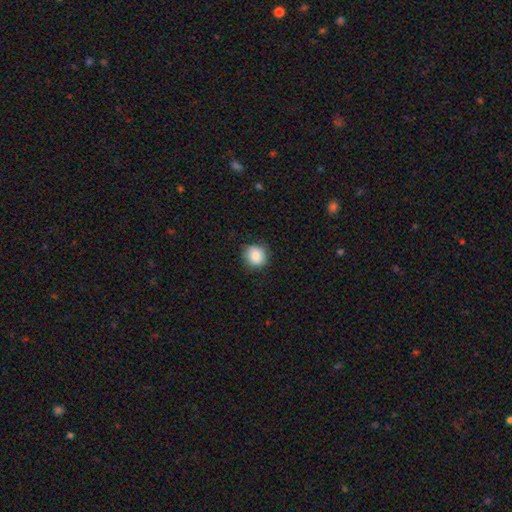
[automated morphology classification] type=smooth (87%); roundness=round (86%); merging=none (86%).